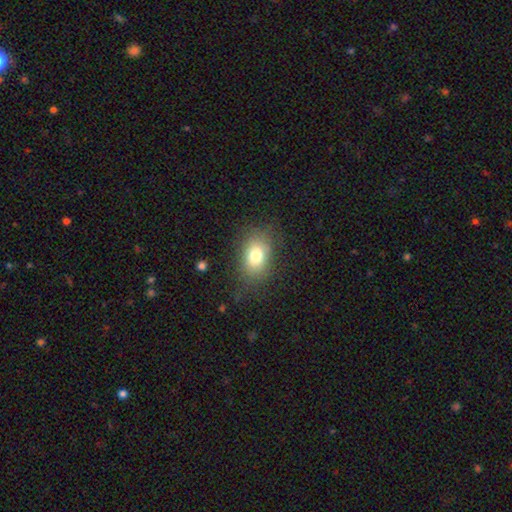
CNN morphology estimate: A smooth galaxy with no disk features (76%) that is in between round and cigar-shaped (76%). Merging: none (77%).